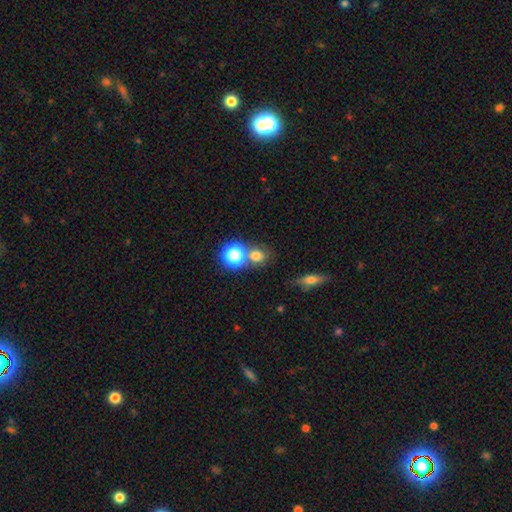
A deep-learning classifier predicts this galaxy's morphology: smooth-or-featured: smooth: 69% | star or artifact: 21% | featured or disk: 9%
  how-rounded: round: 72% | in between: 26% | cigar-shaped: 2%
  merging: none: 58% | merger: 28% | minor disturbance: 10% | major disturbance: 4%